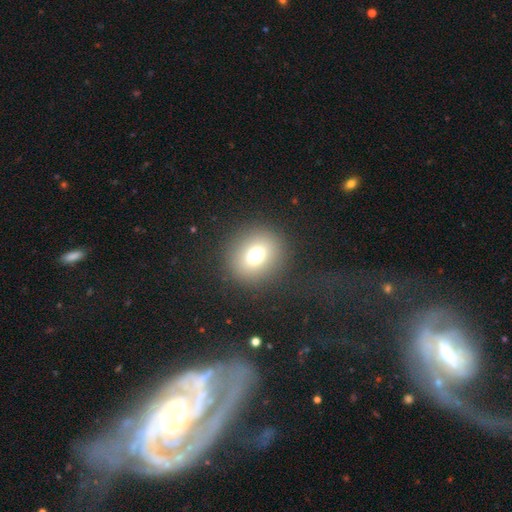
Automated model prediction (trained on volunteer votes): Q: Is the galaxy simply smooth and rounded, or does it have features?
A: smooth — 71%.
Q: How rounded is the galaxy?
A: round — 83%.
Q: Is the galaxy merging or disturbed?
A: none — 88%.